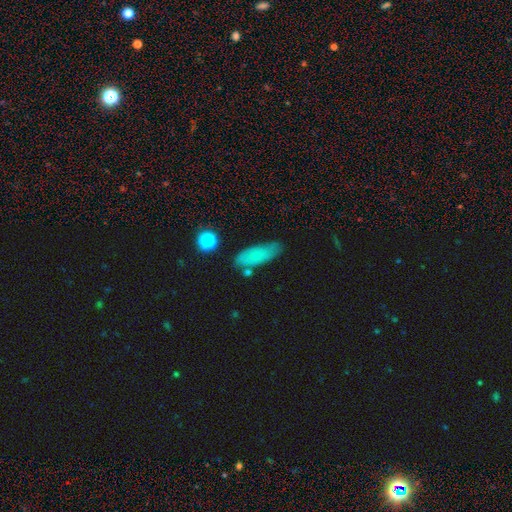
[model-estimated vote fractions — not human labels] A smooth galaxy with no disk features (75%) that is in between round and cigar-shaped (69%).

Vote fractions:
- Smooth or featured? smooth: 75% / featured or disk: 15% / star or artifact: 11%
- How rounded? in between: 69% / cigar-shaped: 27% / round: 3%
- Merging? none: 72% / minor disturbance: 19% / merger: 5% / major disturbance: 4%